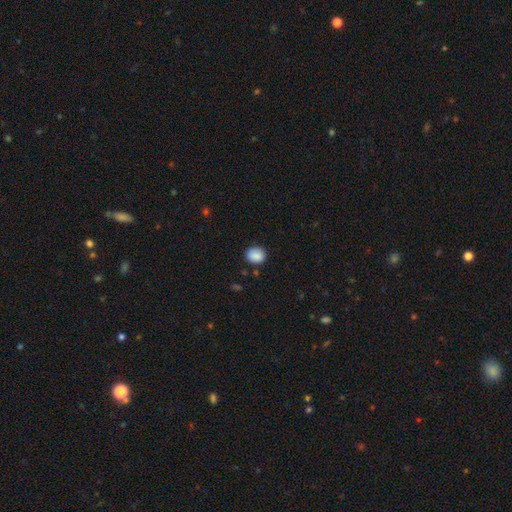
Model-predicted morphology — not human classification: type=smooth (88%); roundness=round (62%); merging=none (83%).